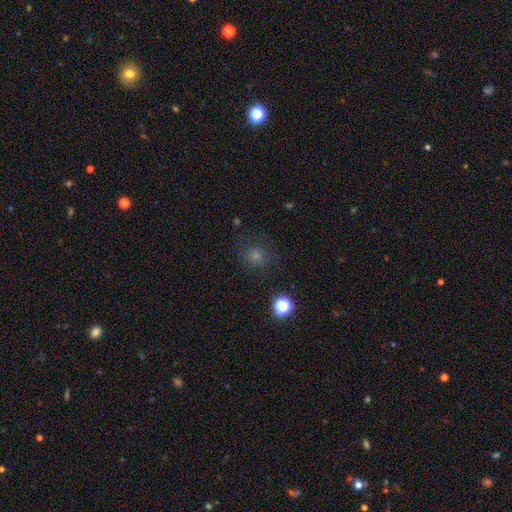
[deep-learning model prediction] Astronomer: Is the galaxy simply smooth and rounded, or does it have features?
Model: smooth — 64%.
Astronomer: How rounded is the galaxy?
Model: round — 91%.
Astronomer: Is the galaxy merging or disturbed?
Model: none — 84%.